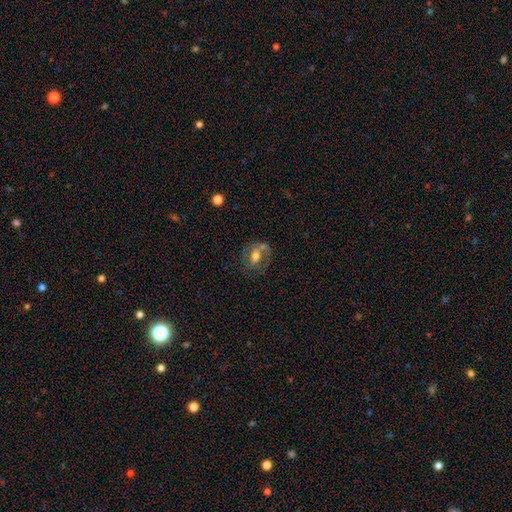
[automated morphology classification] smooth_or_featured: featured or disk (p=0.51) [alt: smooth p=0.40]
disk_edge_on: no (p=0.94) [alt: yes p=0.06]
merging: none (p=0.53) [alt: minor disturbance p=0.21]